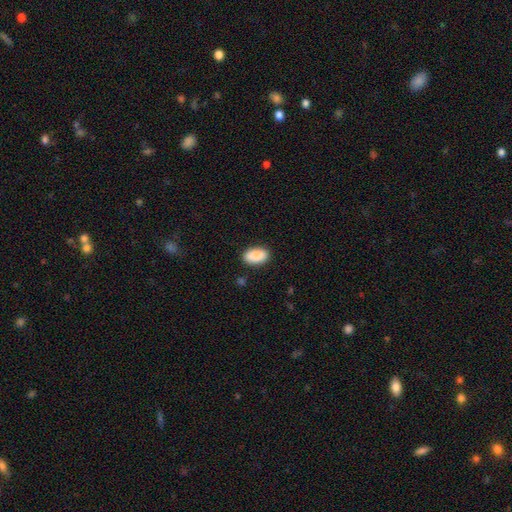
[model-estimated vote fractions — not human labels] A smooth galaxy with no disk features (90%) that is in between round and cigar-shaped (94%). Merging: none (88%).